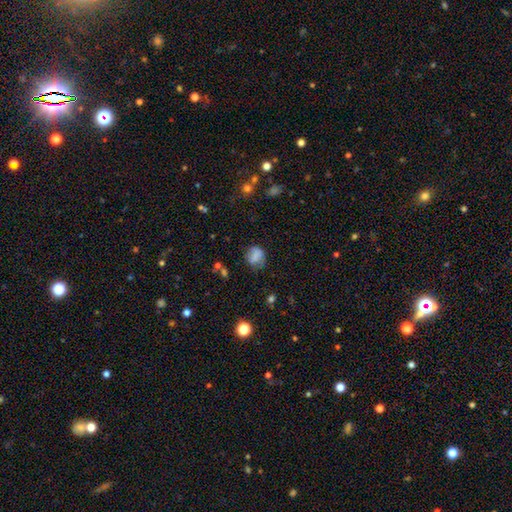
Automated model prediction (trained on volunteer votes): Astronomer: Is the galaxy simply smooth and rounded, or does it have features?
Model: smooth — 72%.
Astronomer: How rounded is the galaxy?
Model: round — 61% (runner-up: in between, 38%).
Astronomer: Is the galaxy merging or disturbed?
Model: none — 65%.